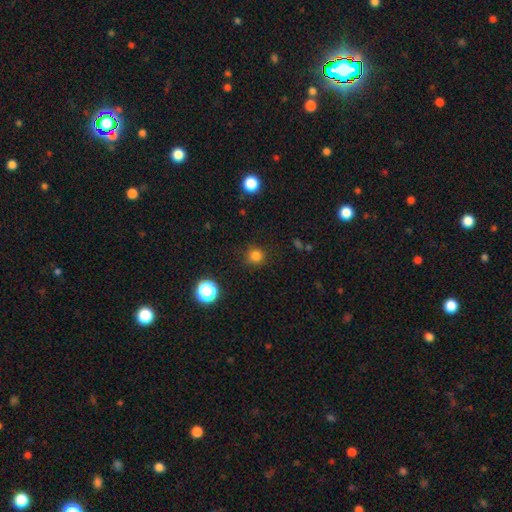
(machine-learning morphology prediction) Smooth or featured? smooth (80%)
How rounded? round (92%)
Merging? none (86%)